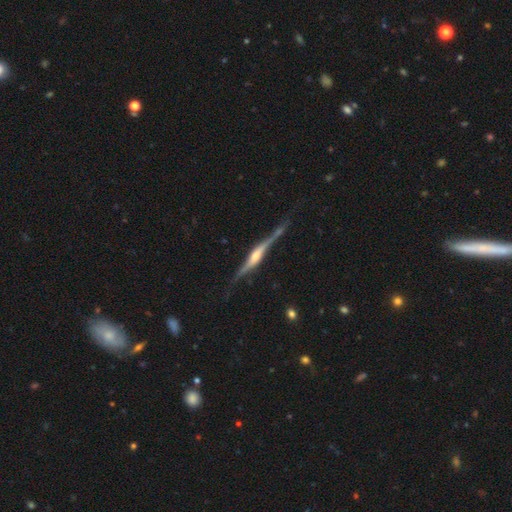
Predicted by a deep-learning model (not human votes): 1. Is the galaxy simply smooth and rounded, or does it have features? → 84% featured or disk, 10% smooth, 5% star or artifact.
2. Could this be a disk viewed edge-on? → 96% yes, 4% no.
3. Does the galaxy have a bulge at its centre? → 77% rounded, 16% boxy, 7% none.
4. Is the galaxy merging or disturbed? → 69% none, 21% minor disturbance, 7% major disturbance, 3% merger.